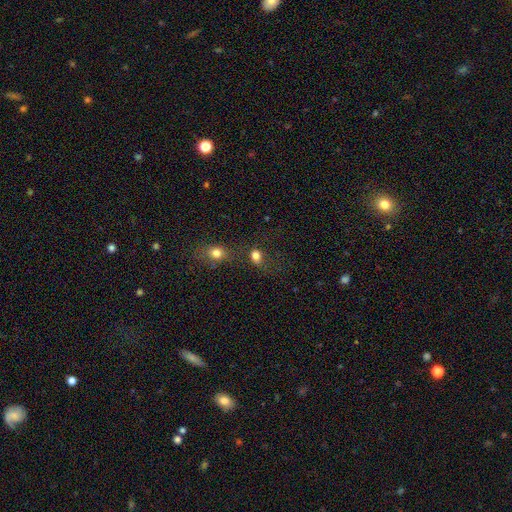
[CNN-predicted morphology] smooth 79%, star or artifact 14%, featured or disk 7%. Down the decision tree: how rounded — round (54%); merging — none (52%).